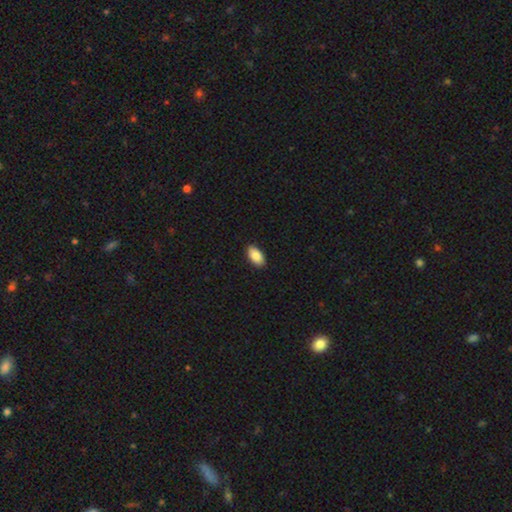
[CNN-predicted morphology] Smooth or featured? smooth (89%)
How rounded? in between (95%)
Merging? none (90%)